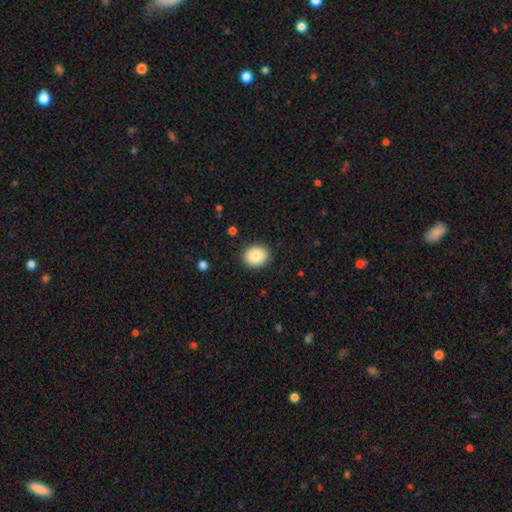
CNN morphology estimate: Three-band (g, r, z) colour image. It shows a smooth galaxy with no disk features (85%) that is round (64%). Merging: none (89%).